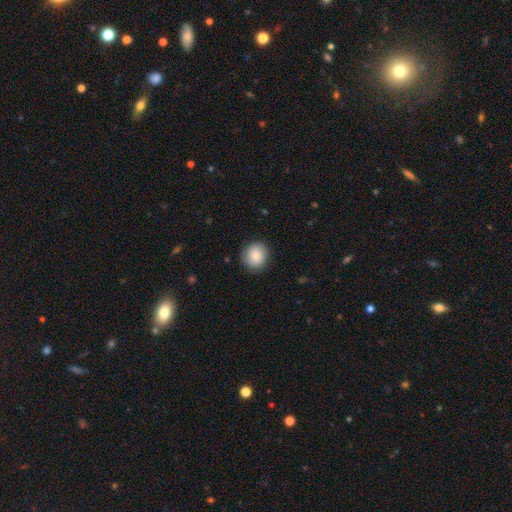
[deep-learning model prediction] This appears to be a smooth galaxy with no disk features (86%) that is round (85%). Merging: none (86%).